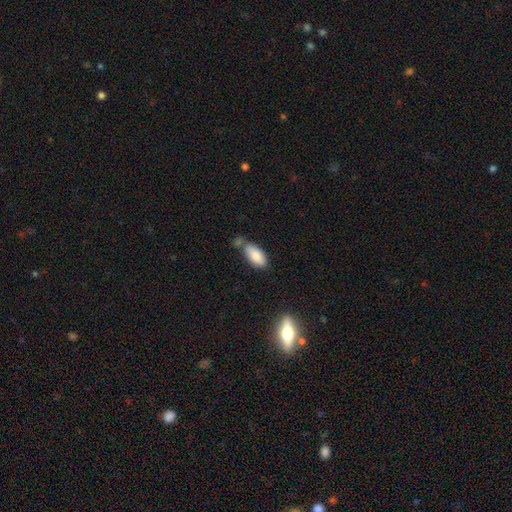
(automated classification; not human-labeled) Q: Smooth or featured?
A: smooth (85%); runner-up: featured or disk (8%)
Q: How rounded?
A: in between (90%); runner-up: cigar-shaped (8%)
Q: Merging?
A: none (54%); runner-up: merger (21%)